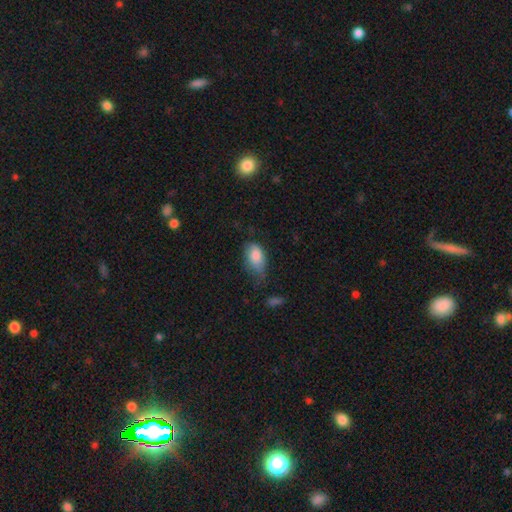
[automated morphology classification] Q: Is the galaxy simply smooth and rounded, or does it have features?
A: smooth — 82%.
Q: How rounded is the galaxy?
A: in between — 91%.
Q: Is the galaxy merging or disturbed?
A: minor disturbance — 43%.